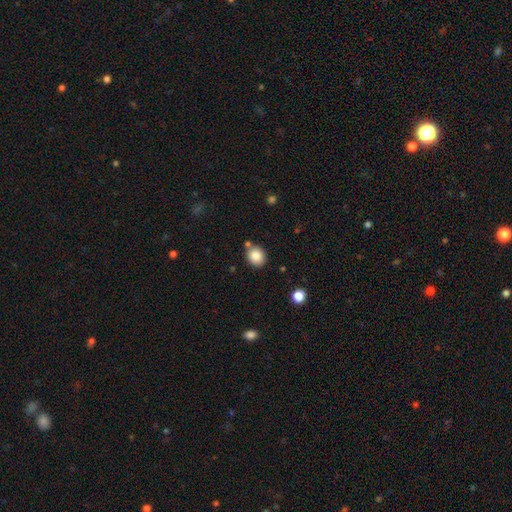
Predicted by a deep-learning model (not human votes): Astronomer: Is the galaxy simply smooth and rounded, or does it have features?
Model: smooth — 85%.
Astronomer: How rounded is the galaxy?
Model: round — 70%.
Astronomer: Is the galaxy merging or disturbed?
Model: none — 78%.